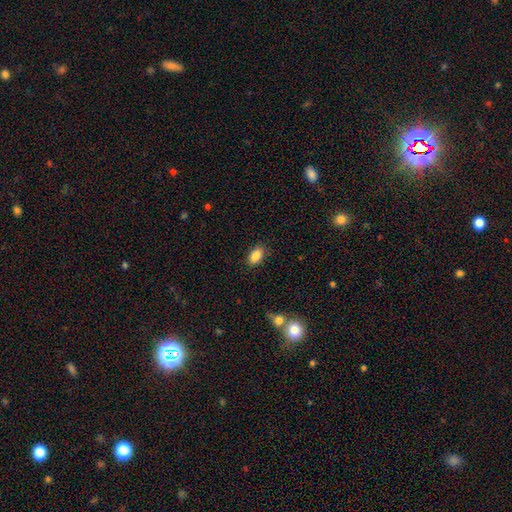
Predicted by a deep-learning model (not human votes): Overall: smooth (87%). How rounded: in between (91%). Merging: none (85%).